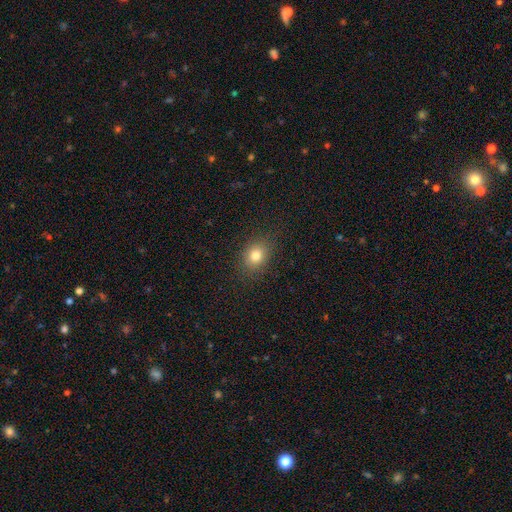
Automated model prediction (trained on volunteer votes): A smooth galaxy with no disk features (80%) that is round (51%).

Vote fractions:
- Smooth or featured? smooth: 80% / star or artifact: 12% / featured or disk: 8%
- How rounded? round: 51% / in between: 48% / cigar-shaped: 1%
- Merging? none: 86% / minor disturbance: 10% / major disturbance: 3% / merger: 1%